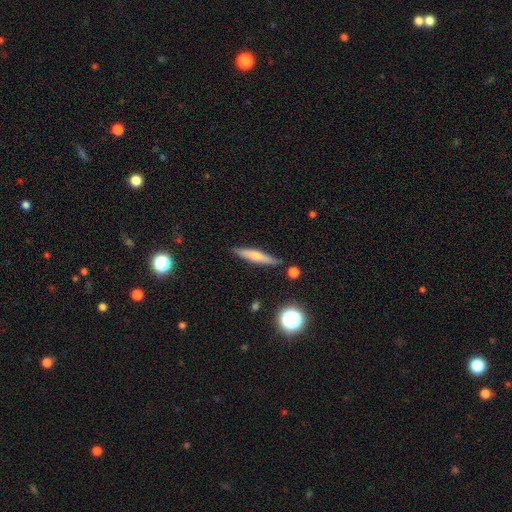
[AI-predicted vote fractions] Q: Smooth or featured?
A: smooth (55%); runner-up: featured or disk (38%)
Q: How rounded?
A: cigar-shaped (87%); runner-up: in between (11%)
Q: Merging?
A: none (82%); runner-up: minor disturbance (13%)